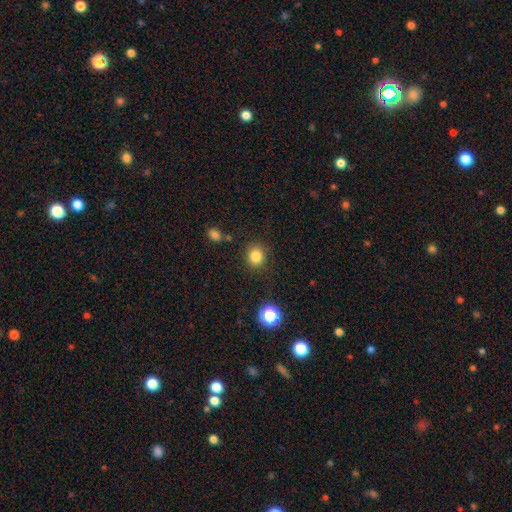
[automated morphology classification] A smooth galaxy with no disk features (83%) that is round (81%).

Vote fractions:
- Smooth or featured? smooth: 83% / star or artifact: 12% / featured or disk: 5%
- How rounded? round: 81% / in between: 18% / cigar-shaped: 1%
- Merging? none: 86% / minor disturbance: 9% / major disturbance: 3% / merger: 2%